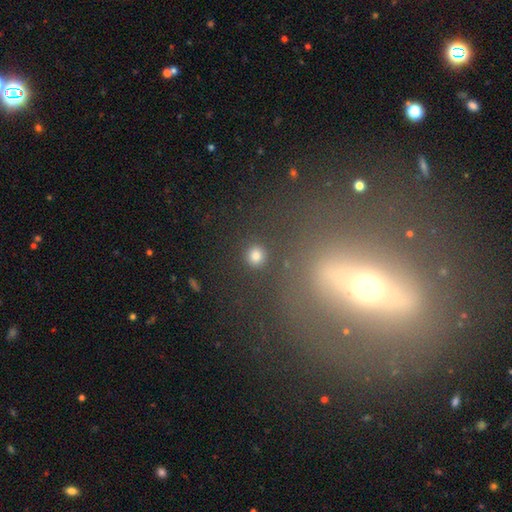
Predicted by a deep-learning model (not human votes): Smooth or featured?
  - smooth: 81% *
  - star or artifact: 15%
  - featured or disk: 5%
How rounded?
  - round: 92% *
  - in between: 7%
  - cigar-shaped: 1%
Merging?
  - none: 89% *
  - minor disturbance: 6%
  - major disturbance: 3%
  - merger: 3%